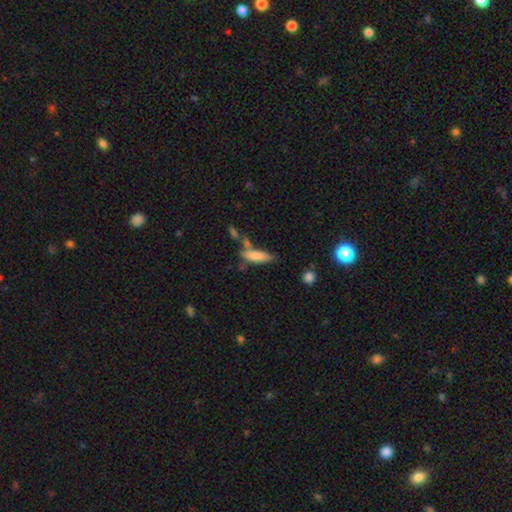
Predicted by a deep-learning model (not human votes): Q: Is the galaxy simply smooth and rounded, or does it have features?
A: smooth — 76%.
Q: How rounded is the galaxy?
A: cigar-shaped — 55%.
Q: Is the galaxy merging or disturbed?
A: none — 53%.